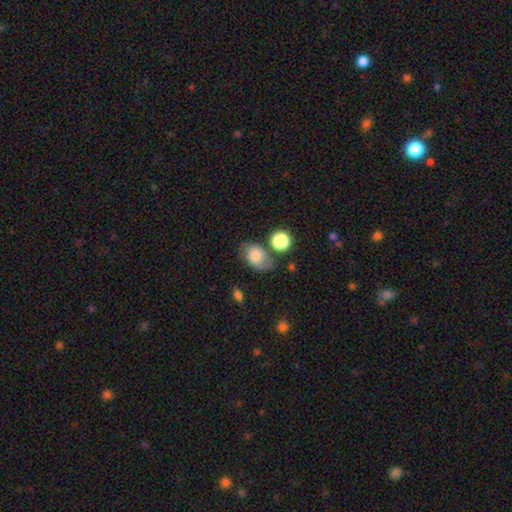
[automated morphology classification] This is likely a smooth galaxy (69%). How rounded: likely in between (78%). Merging: possibly none (55%).